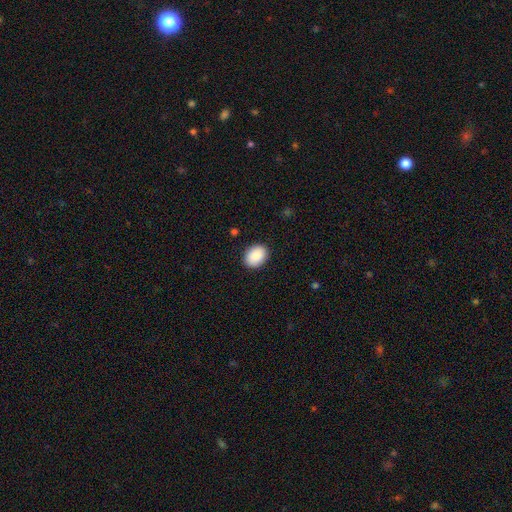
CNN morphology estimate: The model was most divided on "how rounded": in between: 67%, round: 32%, cigar-shaped: 1%. More confident: smooth or featured — smooth (90%); merging — none (89%).